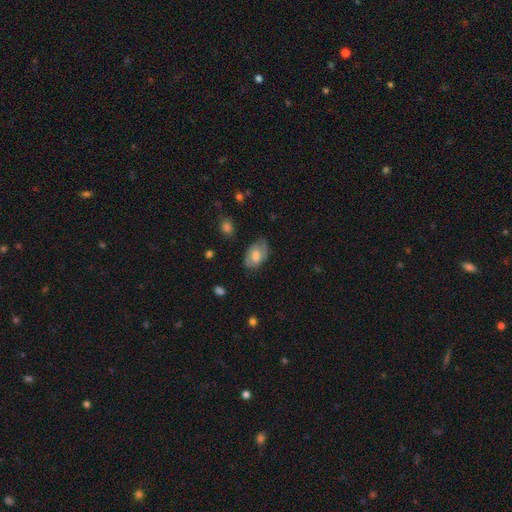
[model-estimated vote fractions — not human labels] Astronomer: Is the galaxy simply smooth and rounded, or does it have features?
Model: smooth — 51% (runner-up: featured or disk, 42%).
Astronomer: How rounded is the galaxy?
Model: in between — 88%.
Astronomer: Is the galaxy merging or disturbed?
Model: none — 64%.